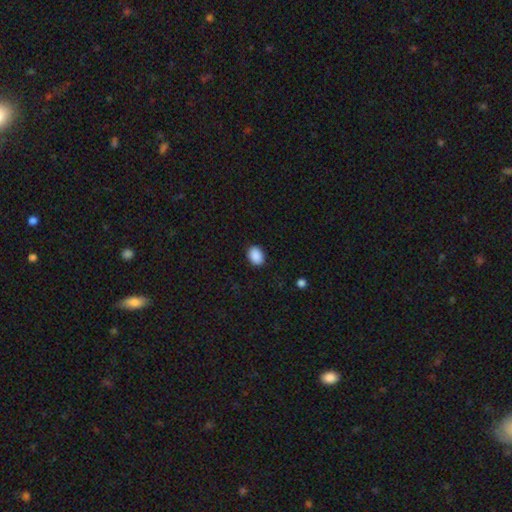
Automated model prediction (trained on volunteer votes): A smooth galaxy with no disk features (90%) that is in between round and cigar-shaped (72%).

Vote fractions:
- Smooth or featured? smooth: 90% / star or artifact: 8% / featured or disk: 3%
- How rounded? in between: 72% / round: 27% / cigar-shaped: 1%
- Merging? none: 89% / minor disturbance: 8% / major disturbance: 2% / merger: 1%